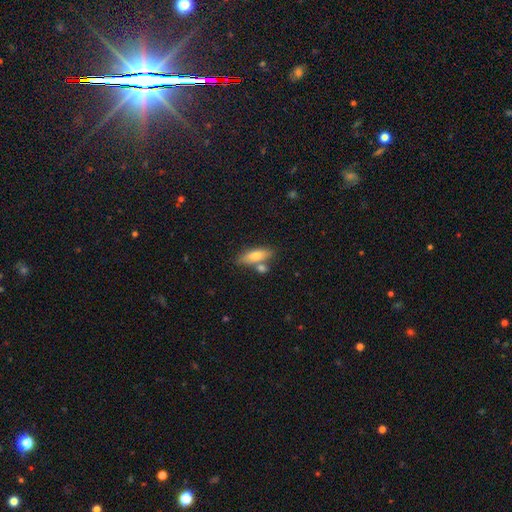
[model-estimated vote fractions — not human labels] smooth_or_featured: smooth (p=0.67) [alt: featured or disk p=0.25]
how_rounded: in between (p=0.50) [alt: cigar-shaped p=0.47]
merging: none (p=0.68) [alt: merger p=0.16]